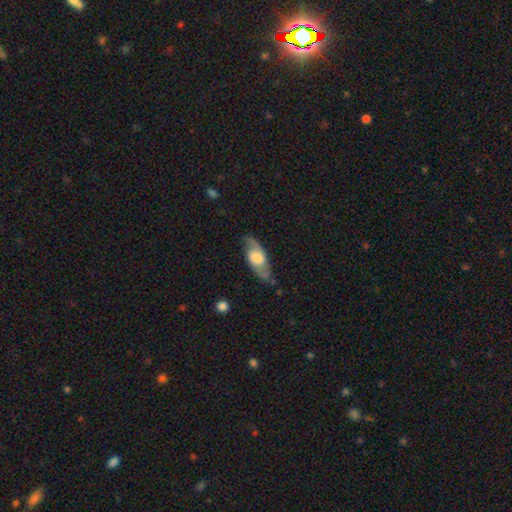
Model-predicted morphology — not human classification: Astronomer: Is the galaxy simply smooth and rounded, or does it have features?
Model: featured or disk — 74%.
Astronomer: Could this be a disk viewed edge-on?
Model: no — 85%.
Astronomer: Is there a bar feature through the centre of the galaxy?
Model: no — 55% (runner-up: weak, 35%).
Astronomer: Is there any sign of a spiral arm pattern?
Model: yes — 88%.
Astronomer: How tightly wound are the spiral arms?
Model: medium — 48% (runner-up: loose, 33%).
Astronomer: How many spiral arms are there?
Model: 2 — 89%.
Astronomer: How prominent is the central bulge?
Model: large — 44% (runner-up: moderate, 39%).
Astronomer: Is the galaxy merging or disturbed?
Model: none — 81%.